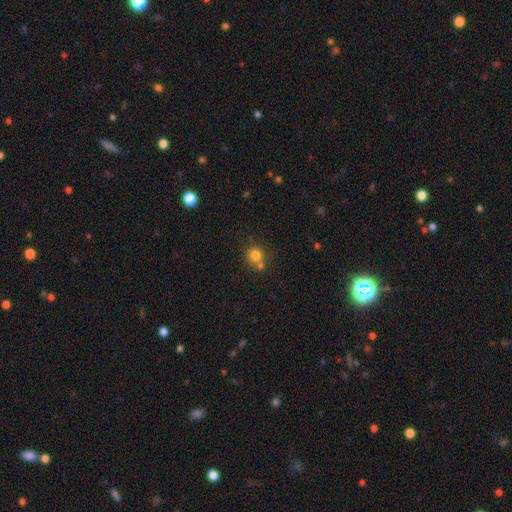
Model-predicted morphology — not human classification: Smooth or featured: smooth — 79% (star or artifact — 13%)
How rounded: round — 87% (in between — 12%)
Merging: none — 56% (merger — 30%)